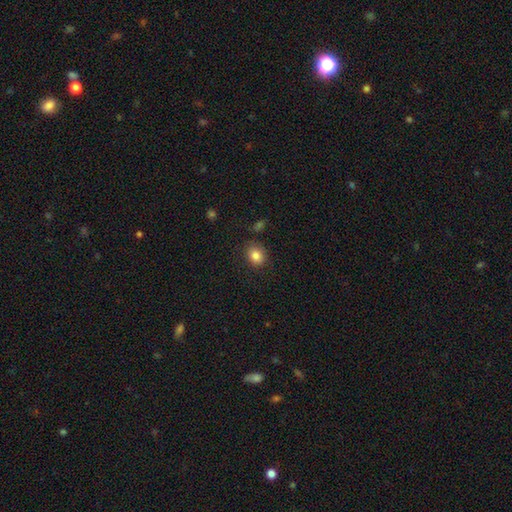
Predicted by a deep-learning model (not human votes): Smooth or featured? smooth (84%)
How rounded? round (56%)
Merging? none (83%)